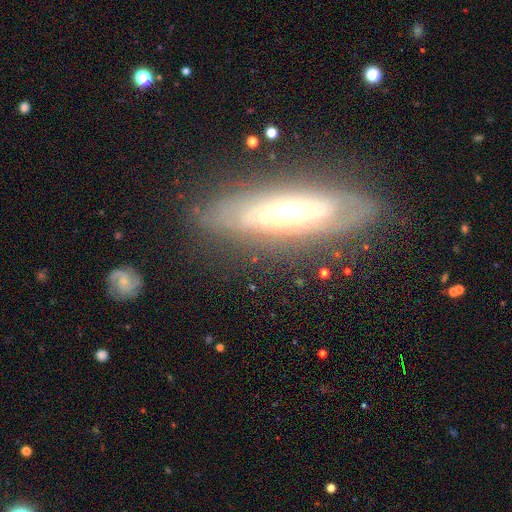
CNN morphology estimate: smooth-or-featured: featured or disk: 71% | smooth: 22% | star or artifact: 7%
  disk-edge-on: no: 60% | yes: 40%
  merging: none: 79% | minor disturbance: 14% | major disturbance: 5% | merger: 2%